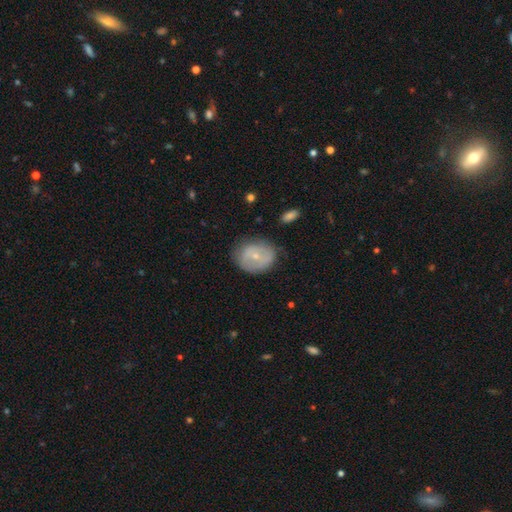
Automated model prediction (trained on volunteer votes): Smooth or featured? Predicted: featured or disk (p=0.48). Merging? Predicted: none (p=0.71).